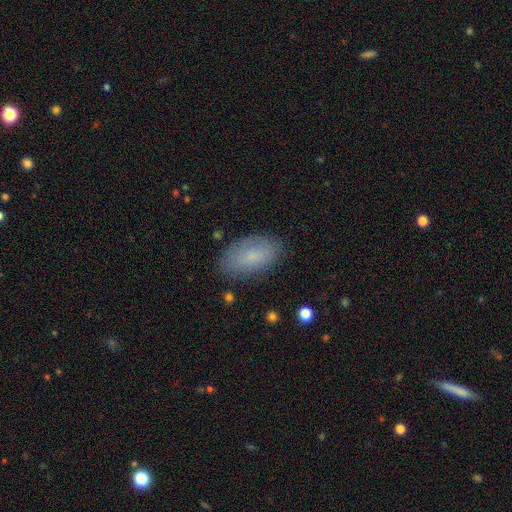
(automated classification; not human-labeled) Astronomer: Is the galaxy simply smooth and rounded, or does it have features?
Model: smooth — 75%.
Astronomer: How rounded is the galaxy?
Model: in between — 94%.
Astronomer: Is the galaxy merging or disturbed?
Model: none — 80%.